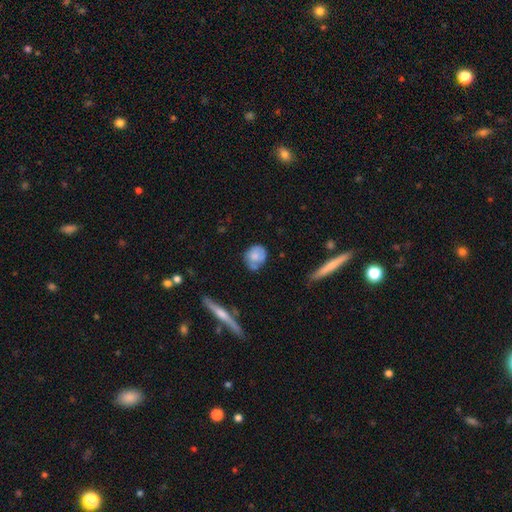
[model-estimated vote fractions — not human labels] smooth 66%, featured or disk 26%, star or artifact 7%. Down the decision tree: how rounded — round (63%); merging — none (51%).